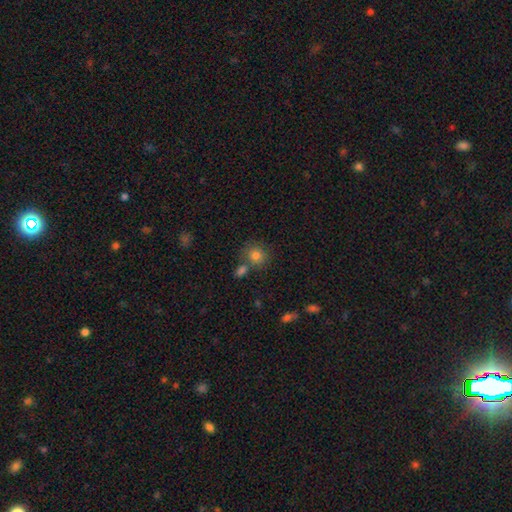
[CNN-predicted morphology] This appears to be a smooth galaxy with no disk features (80%) that is round (82%). Merging: none (64%).